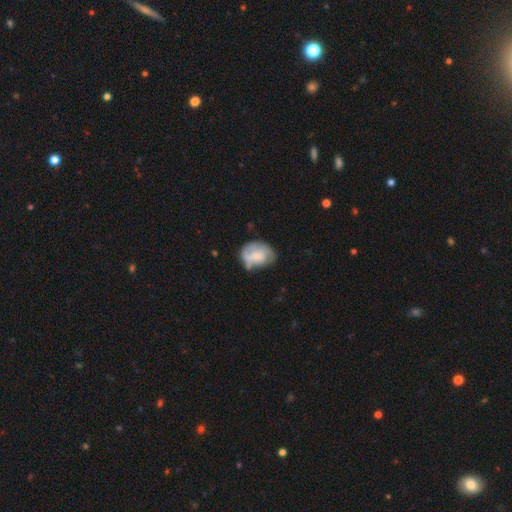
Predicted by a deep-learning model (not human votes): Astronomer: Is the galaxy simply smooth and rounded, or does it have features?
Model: smooth — 49% (runner-up: featured or disk, 44%).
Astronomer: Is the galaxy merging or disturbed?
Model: none — 44% (runner-up: minor disturbance, 33%).